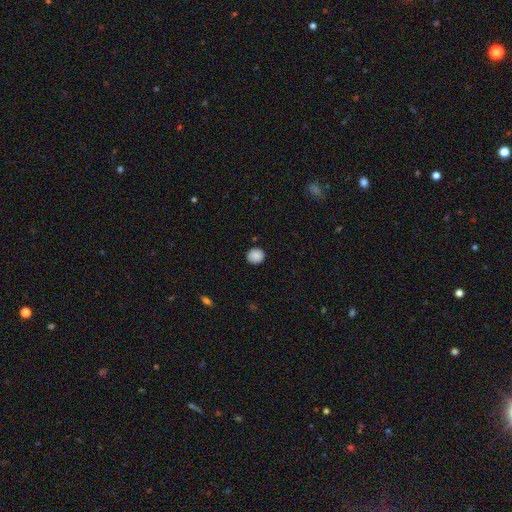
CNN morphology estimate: A smooth galaxy with no disk features (88%) that is round (88%).

Vote fractions:
- Smooth or featured? smooth: 88% / star or artifact: 8% / featured or disk: 4%
- How rounded? round: 88% / in between: 11% / cigar-shaped: 1%
- Merging? none: 88% / minor disturbance: 9% / major disturbance: 2% / merger: 1%